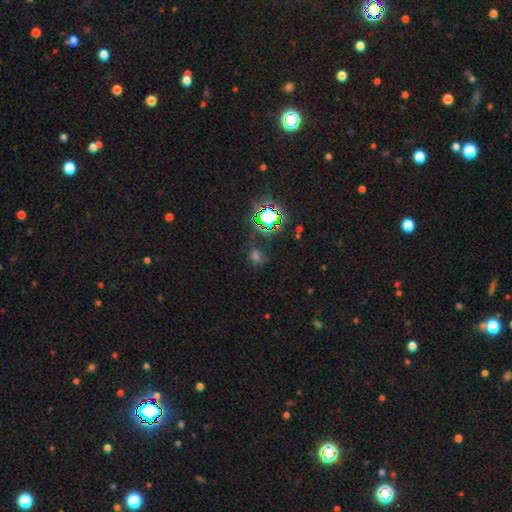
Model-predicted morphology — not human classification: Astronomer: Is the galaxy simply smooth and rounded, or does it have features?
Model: star or artifact — 53% (runner-up: smooth, 37%).